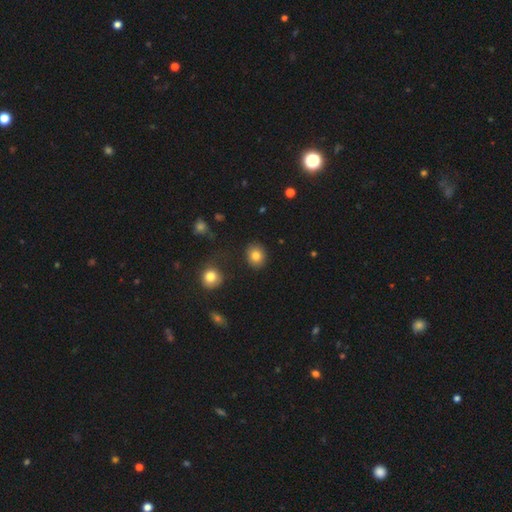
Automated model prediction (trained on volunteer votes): This is clearly a smooth galaxy (82%). How rounded: likely round (61%). Merging: clearly none (88%).